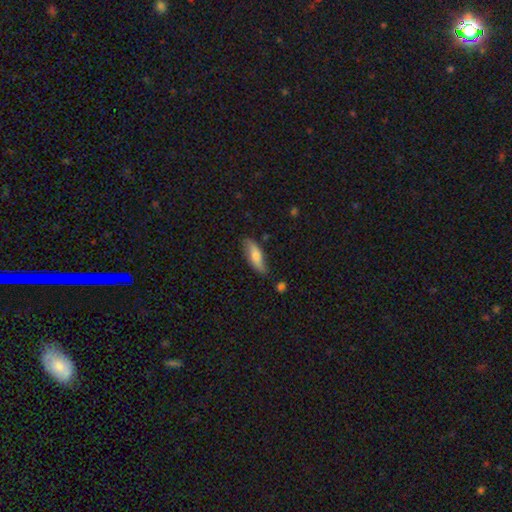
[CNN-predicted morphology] smooth 65%, featured or disk 29%, star or artifact 6%. Down the decision tree: how rounded — in between (57%); merging — none (75%).